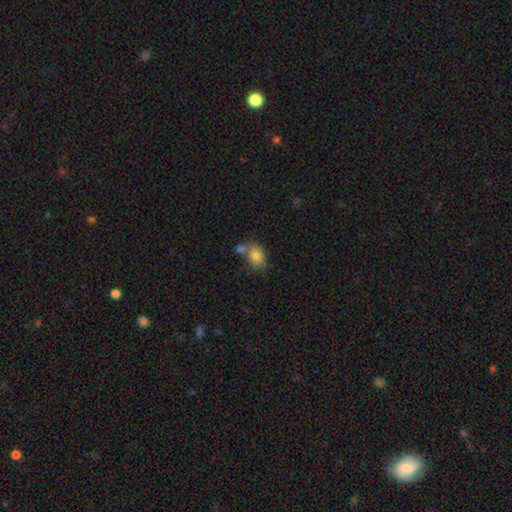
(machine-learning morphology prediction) smooth-or-featured: smooth: 82% | featured or disk: 9% | star or artifact: 9%
  how-rounded: in between: 67% | round: 32% | cigar-shaped: 1%
  merging: none: 47% | merger: 33% | minor disturbance: 15% | major disturbance: 5%